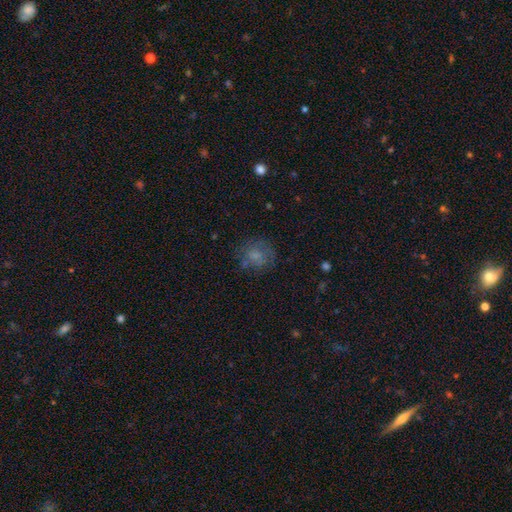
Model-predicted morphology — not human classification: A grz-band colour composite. It shows a smooth galaxy with no disk features (59%) that is round (73%). Merging: none (62%).